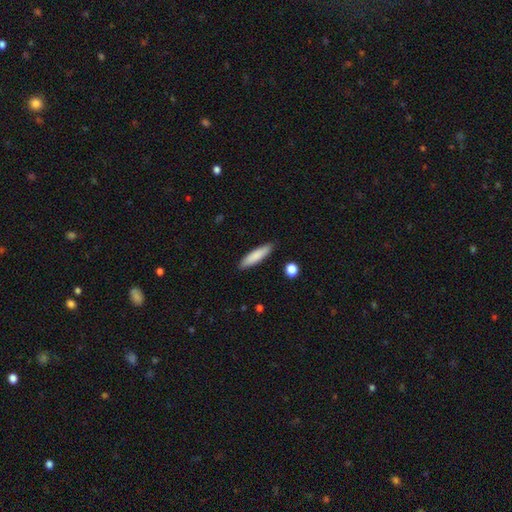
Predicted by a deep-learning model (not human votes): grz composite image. It shows a smooth galaxy with no disk features (83%) that is cigar-shaped (78%). Merging: none (89%).